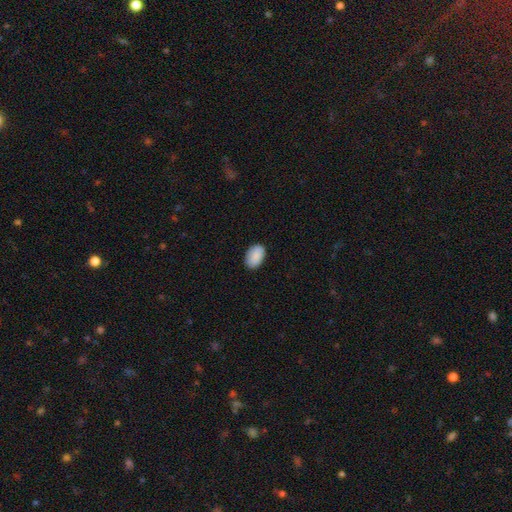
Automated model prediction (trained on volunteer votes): Morphology: type=smooth (87%); roundness=in between (89%); merging=none (84%).